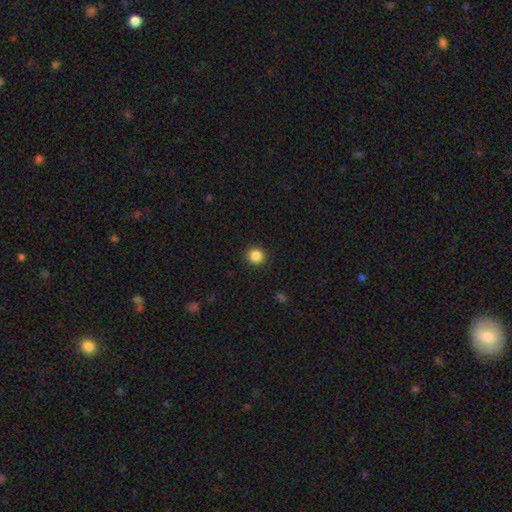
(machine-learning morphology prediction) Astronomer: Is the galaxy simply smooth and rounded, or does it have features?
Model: smooth — 86%.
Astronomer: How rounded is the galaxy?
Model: round — 93%.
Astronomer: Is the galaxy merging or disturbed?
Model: none — 92%.